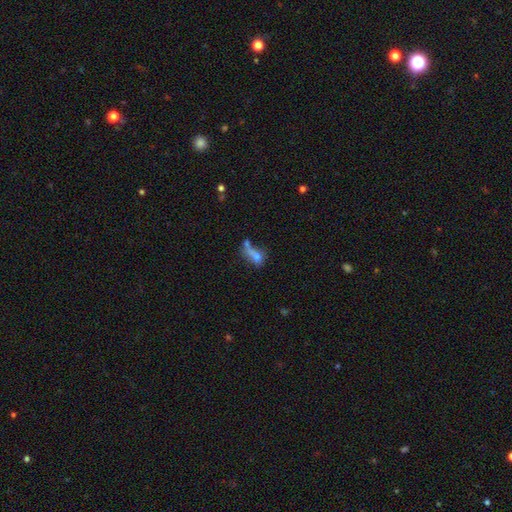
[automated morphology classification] A smooth galaxy with no disk features (53%) that is in between round and cigar-shaped (54%).

Vote fractions:
- Smooth or featured? smooth: 53% / featured or disk: 27% / star or artifact: 19%
- How rounded? in between: 54% / round: 33% / cigar-shaped: 13%
- Merging? merger: 39% / none: 30% / major disturbance: 18% / minor disturbance: 14%